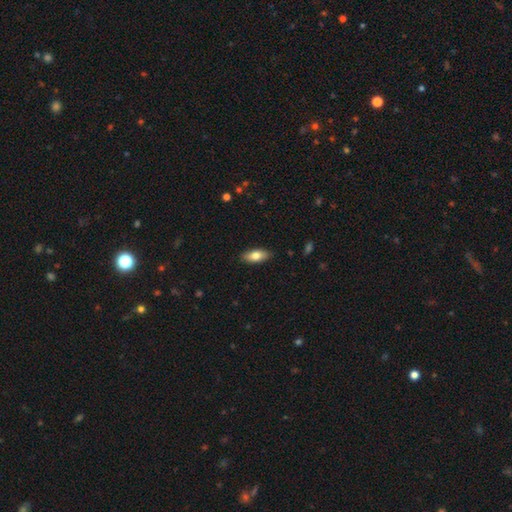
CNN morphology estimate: type=smooth (77%); roundness=in between (83%); merging=none (87%).